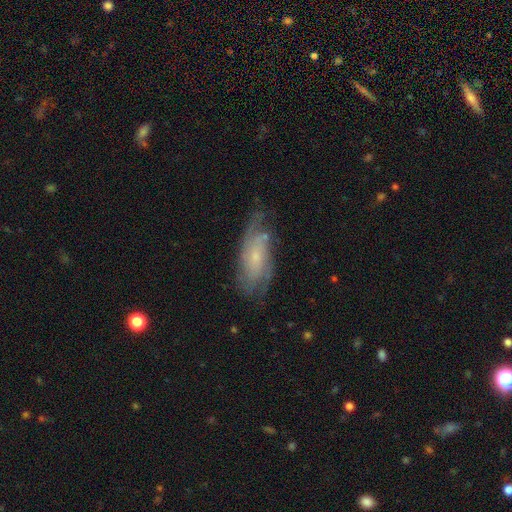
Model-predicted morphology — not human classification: Smooth or featured: featured or disk — 69% (smooth — 23%)
Edge-on disk: no — 89% (yes — 11%)
Bar: no — 69% (weak — 26%)
Spiral arms: yes — 88% (no — 12%)
Spiral winding: tight — 46% (medium — 38%)
Spiral arm count: can't tell — 46% (2 — 27%)
Bulge size: small — 70% (moderate — 21%)
Merging: none — 63% (minor disturbance — 24%)